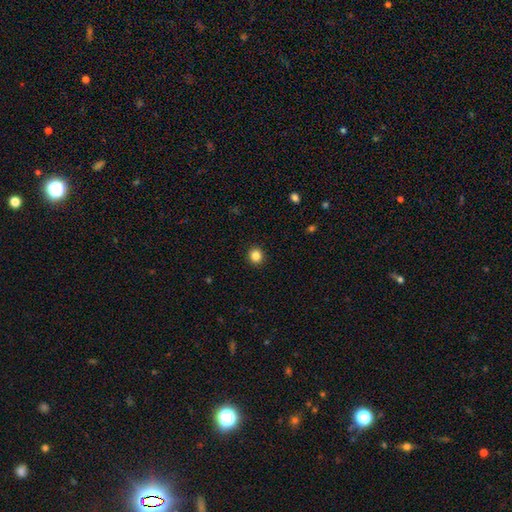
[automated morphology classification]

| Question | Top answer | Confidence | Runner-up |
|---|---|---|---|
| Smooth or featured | smooth | 85% | star or artifact (11%) |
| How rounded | round | 90% | in between (9%) |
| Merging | none | 93% | minor disturbance (5%) |